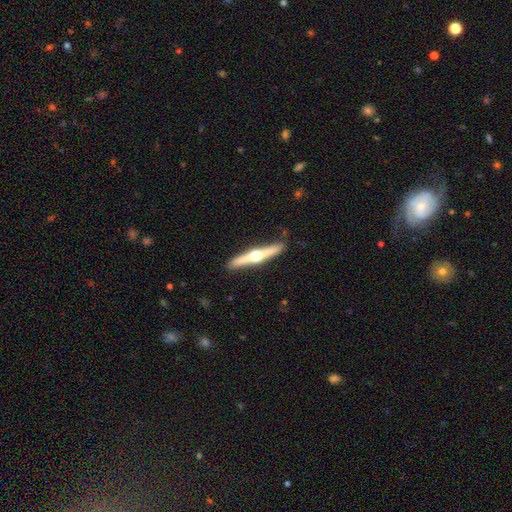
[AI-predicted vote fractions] smooth-or-featured: featured or disk: 74% | smooth: 21% | star or artifact: 4%
  disk-edge-on: yes: 98% | no: 2%
    edge-on-bulge: rounded: 96% | none: 2% | boxy: 2%
  merging: none: 90% | minor disturbance: 8% | major disturbance: 1% | merger: 1%